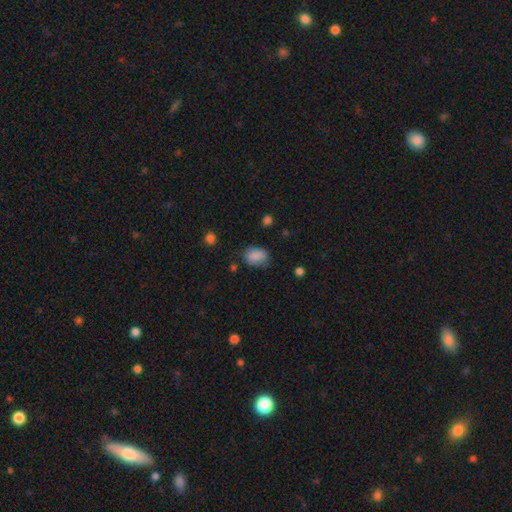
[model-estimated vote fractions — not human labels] Smooth or featured: smooth — 85% (star or artifact — 9%)
How rounded: in between — 72% (round — 27%)
Merging: none — 66% (minor disturbance — 25%)